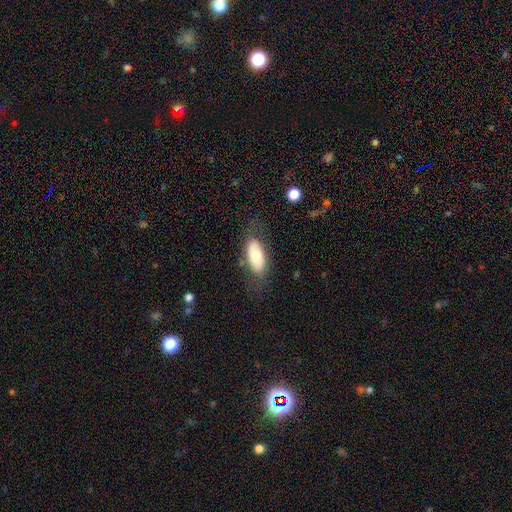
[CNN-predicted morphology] type=smooth (64%); roundness=in between (90%); merging=none (74%).